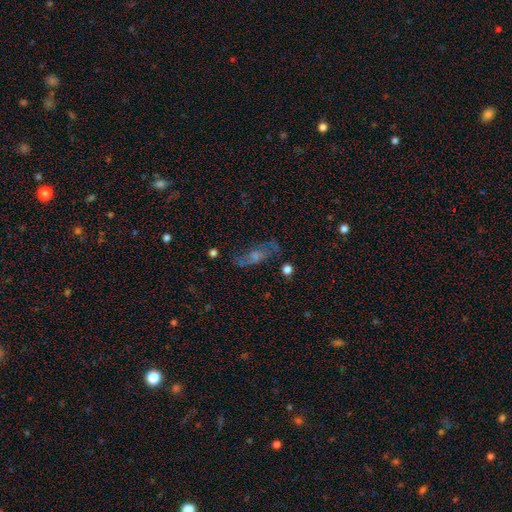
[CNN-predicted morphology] Smooth or featured? Predicted: featured or disk (p=0.48). Merging? Predicted: none (p=0.65).